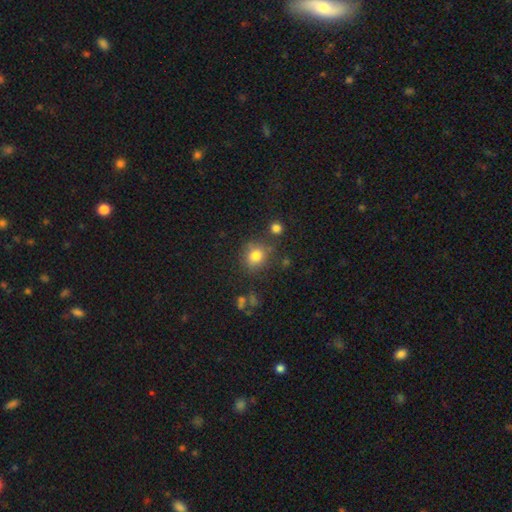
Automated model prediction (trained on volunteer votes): This appears to be a smooth galaxy with no disk features (79%) that is round (76%). Merging: none (73%).